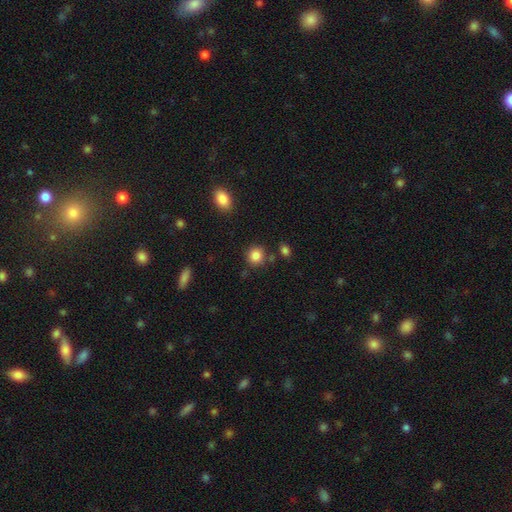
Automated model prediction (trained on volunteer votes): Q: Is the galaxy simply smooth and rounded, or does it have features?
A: smooth — 85%.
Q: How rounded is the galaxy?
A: round — 87%.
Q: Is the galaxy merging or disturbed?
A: none — 81%.